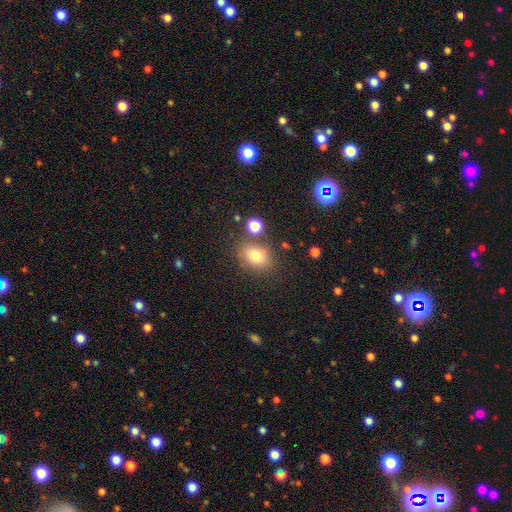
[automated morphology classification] A smooth galaxy with no disk features (75%) that is in between round and cigar-shaped (58%). Merging: none (71%).